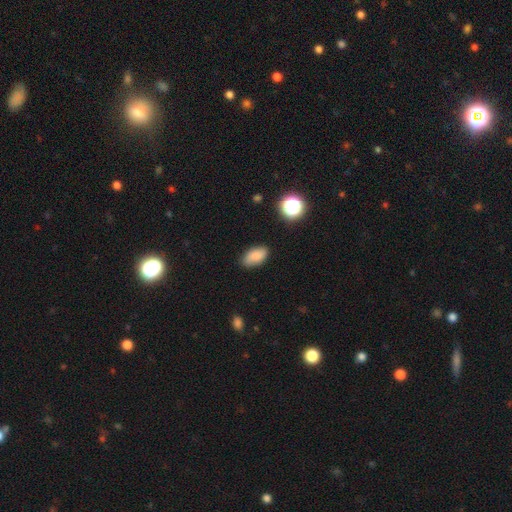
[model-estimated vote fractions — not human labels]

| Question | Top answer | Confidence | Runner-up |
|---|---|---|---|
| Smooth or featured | smooth | 81% | star or artifact (10%) |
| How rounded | in between | 91% | round (6%) |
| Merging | none | 81% | minor disturbance (15%) |